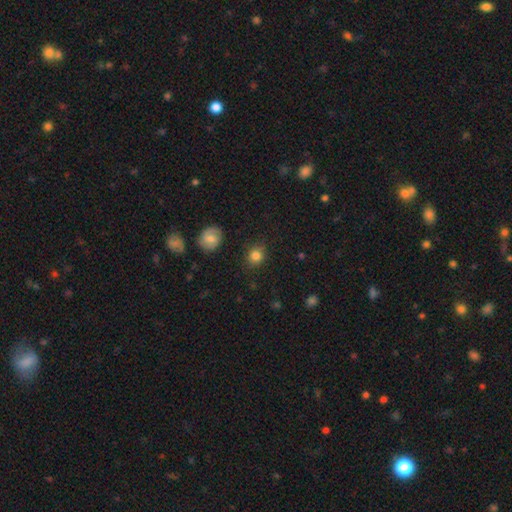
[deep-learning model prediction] This appears to be a smooth galaxy with no disk features (84%) that is round (79%). Merging: none (85%).